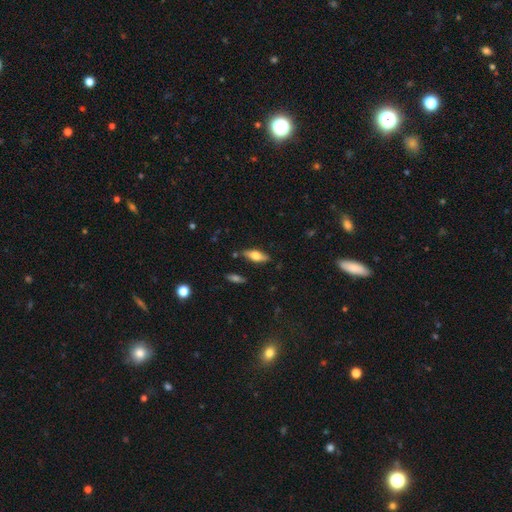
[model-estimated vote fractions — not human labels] Q: Smooth or featured?
A: smooth (57%); runner-up: featured or disk (36%)
Q: How rounded?
A: in between (68%); runner-up: cigar-shaped (29%)
Q: Merging?
A: none (83%); runner-up: minor disturbance (12%)